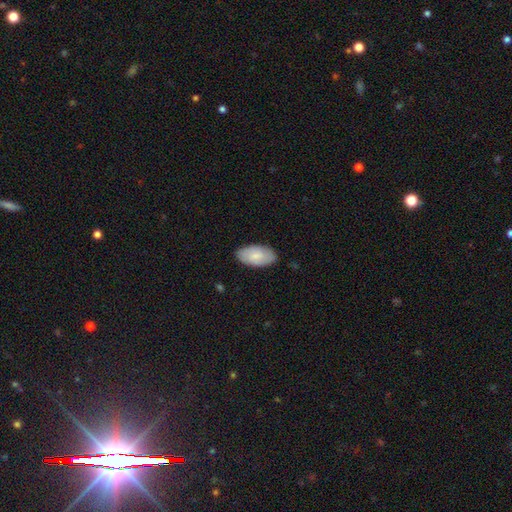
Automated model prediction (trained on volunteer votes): This appears to be a smooth galaxy with no disk features (74%) that is in between round and cigar-shaped (95%). Merging: none (84%).